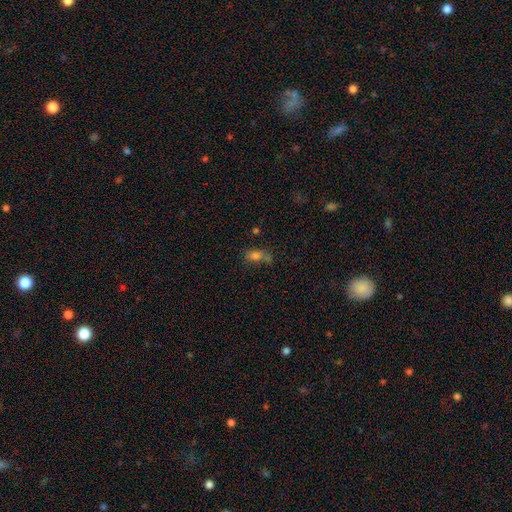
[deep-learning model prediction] smooth_or_featured: smooth (p=0.74) [alt: star or artifact p=0.15]
how_rounded: in between (p=0.76) [alt: round p=0.19]
merging: none (p=0.43) [alt: merger p=0.26]